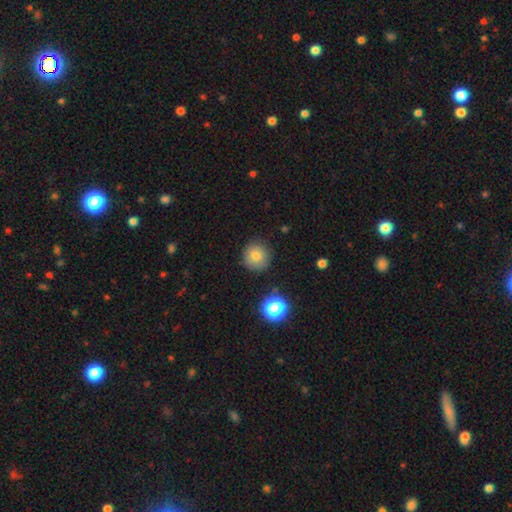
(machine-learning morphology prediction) Smooth or featured: smooth — 80% (star or artifact — 12%)
How rounded: round — 93% (in between — 6%)
Merging: none — 86% (minor disturbance — 9%)